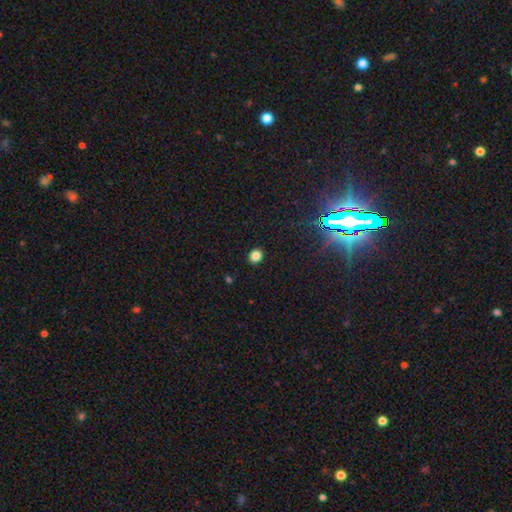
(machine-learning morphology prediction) Q: Smooth or featured?
A: smooth (82%); runner-up: star or artifact (13%)
Q: How rounded?
A: round (58%); runner-up: in between (41%)
Q: Merging?
A: none (91%); runner-up: minor disturbance (7%)